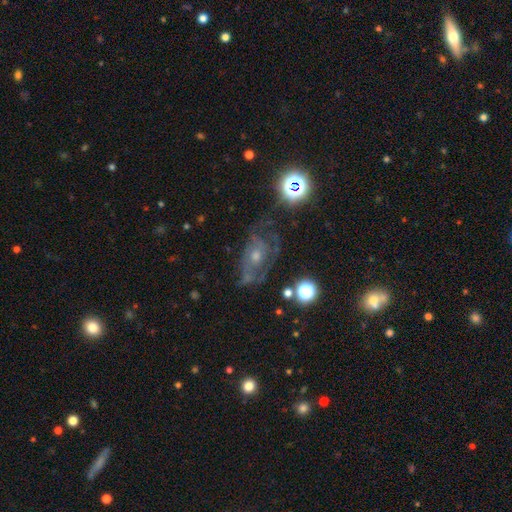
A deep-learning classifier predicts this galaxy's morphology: This appears to be a featured or disk galaxy (62%) with no bar (76%), spiral arms (74%) and a small central bulge (48%). Merging: none (58%).